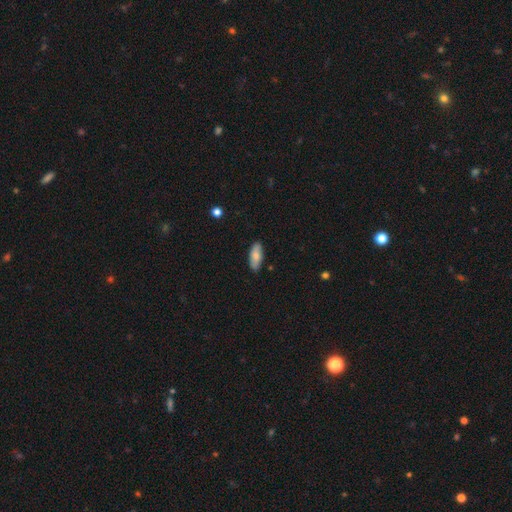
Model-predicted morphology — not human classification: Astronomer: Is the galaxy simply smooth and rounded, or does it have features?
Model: smooth — 77%.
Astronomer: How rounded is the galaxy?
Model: in between — 78%.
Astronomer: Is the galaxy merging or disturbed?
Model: none — 85%.